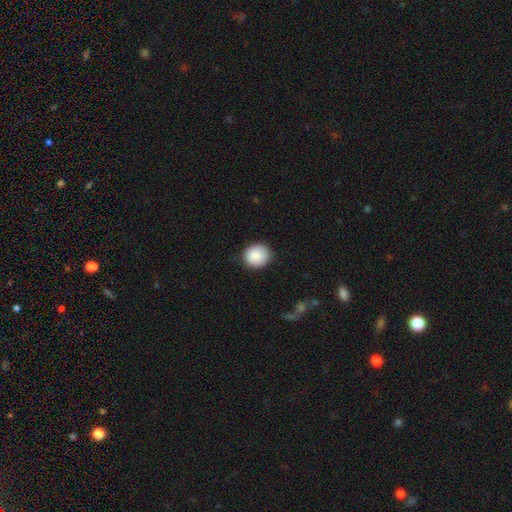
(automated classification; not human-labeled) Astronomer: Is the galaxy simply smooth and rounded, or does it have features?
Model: smooth — 88%.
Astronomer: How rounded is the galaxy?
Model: round — 88%.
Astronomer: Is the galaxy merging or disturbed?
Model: none — 88%.